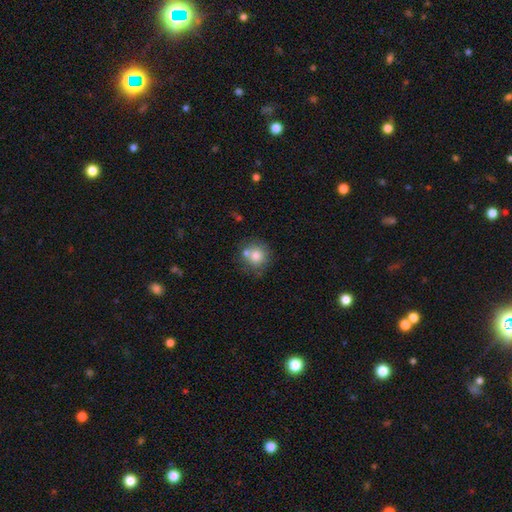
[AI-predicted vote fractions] smooth 77%, featured or disk 13%, star or artifact 9%. Down the decision tree: how rounded — round (90%); merging — none (61%).